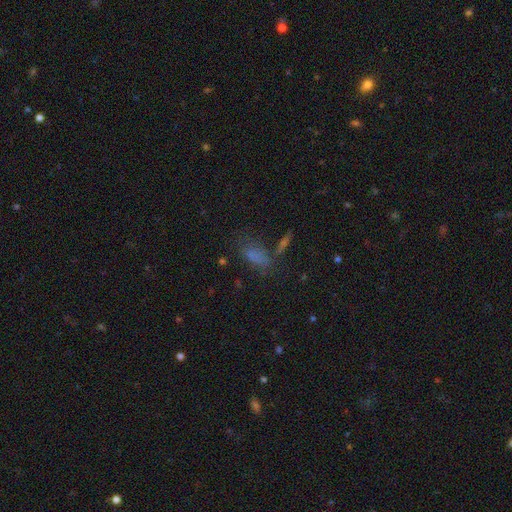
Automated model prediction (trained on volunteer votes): Smooth or featured? Predicted: smooth (p=0.66). How rounded? Predicted: in between (p=0.77). Merging? Predicted: none (p=0.47).